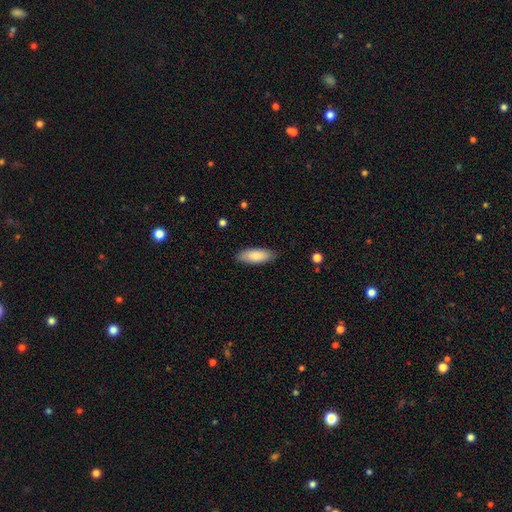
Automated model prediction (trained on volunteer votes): The model was most divided on "how rounded": in between: 74%, cigar-shaped: 25%, round: 2%. More confident: merging — none (87%); smooth or featured — smooth (85%).